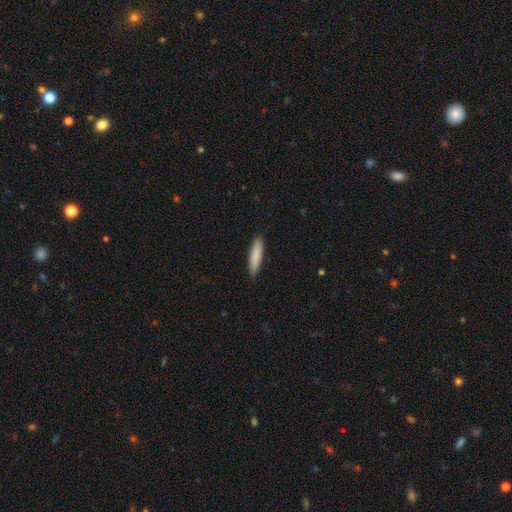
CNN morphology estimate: smooth-or-featured: smooth: 85% | featured or disk: 10% | star or artifact: 6%
  how-rounded: cigar-shaped: 81% | in between: 17% | round: 1%
  merging: none: 89% | minor disturbance: 8% | major disturbance: 2% | merger: 1%